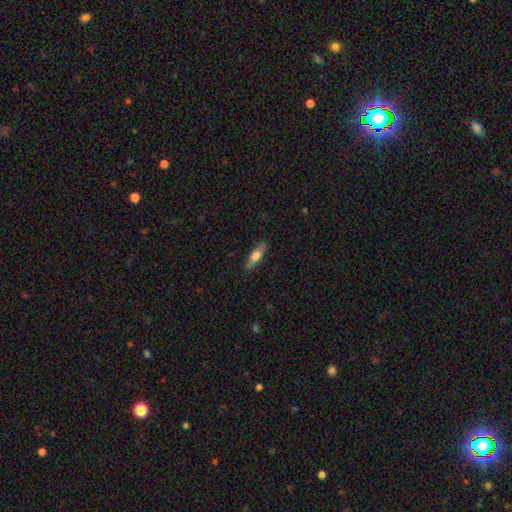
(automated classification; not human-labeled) smooth 56%, featured or disk 38%, star or artifact 6%. Down the decision tree: how rounded — cigar-shaped (58%); merging — none (86%).